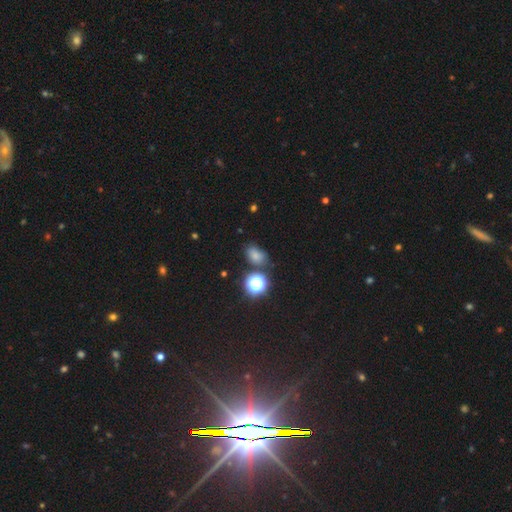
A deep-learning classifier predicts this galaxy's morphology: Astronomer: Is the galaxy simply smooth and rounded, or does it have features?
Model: smooth — 70%.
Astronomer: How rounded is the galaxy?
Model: in between — 70%.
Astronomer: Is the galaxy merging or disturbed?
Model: none — 68%.